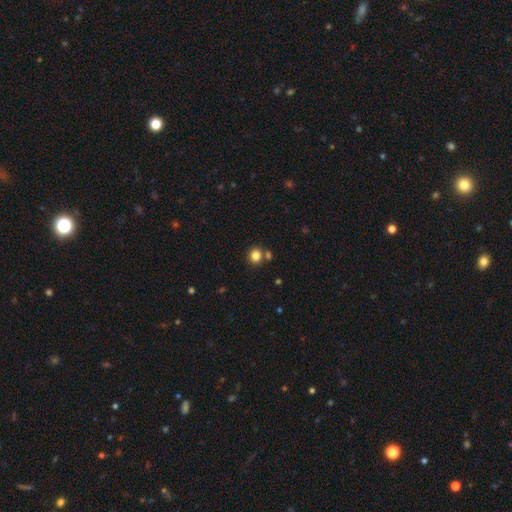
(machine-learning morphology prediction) Q: Smooth or featured?
A: smooth (83%); runner-up: star or artifact (12%)
Q: How rounded?
A: round (79%); runner-up: in between (20%)
Q: Merging?
A: none (72%); runner-up: merger (16%)